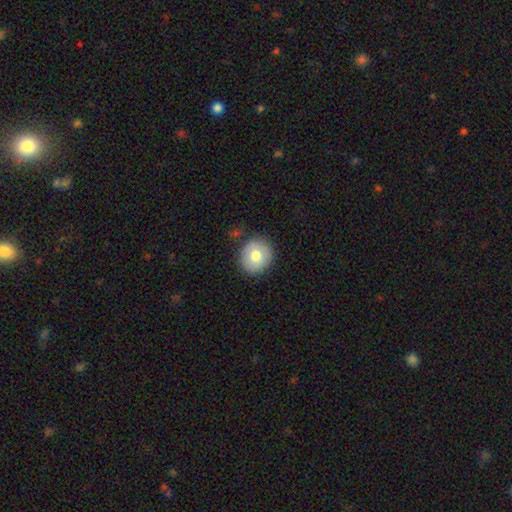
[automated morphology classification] type=smooth (75%); roundness=round (90%); merging=none (86%).